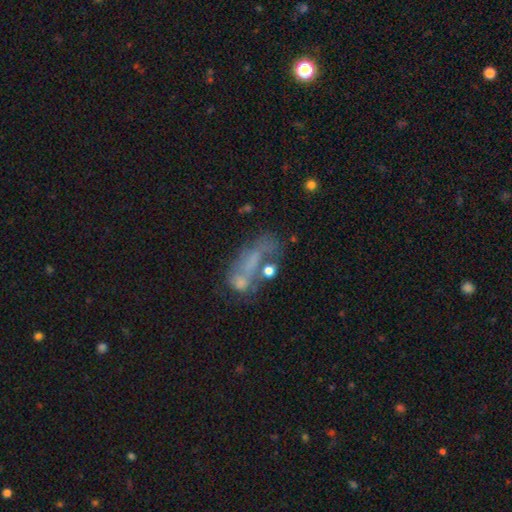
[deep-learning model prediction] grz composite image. It shows a featured or disk galaxy (43%). Merging: major disturbance (31%).